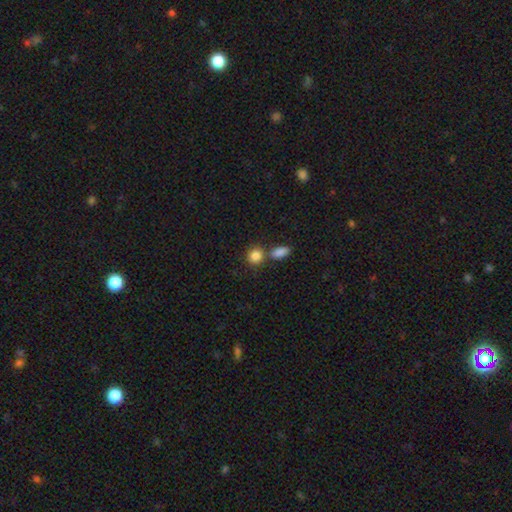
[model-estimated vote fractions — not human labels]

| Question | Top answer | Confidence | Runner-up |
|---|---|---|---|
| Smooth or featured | smooth | 86% | star or artifact (9%) |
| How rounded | round | 73% | in between (25%) |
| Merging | none | 62% | merger (26%) |